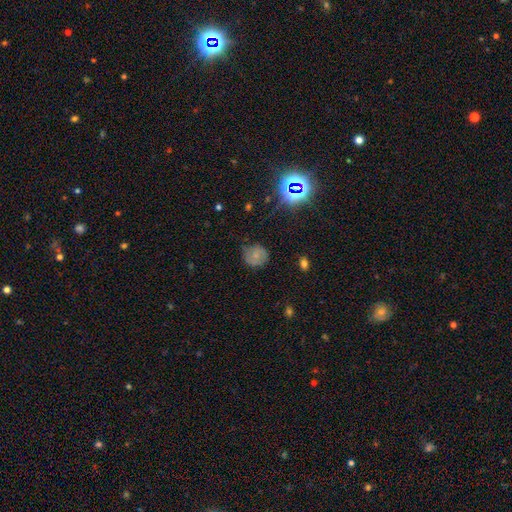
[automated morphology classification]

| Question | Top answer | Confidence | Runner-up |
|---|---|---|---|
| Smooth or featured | smooth | 61% | featured or disk (23%) |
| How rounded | round | 84% | in between (15%) |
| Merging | none | 65% | minor disturbance (27%) |